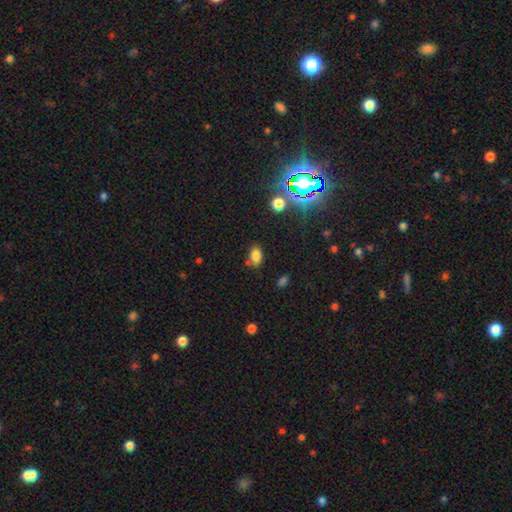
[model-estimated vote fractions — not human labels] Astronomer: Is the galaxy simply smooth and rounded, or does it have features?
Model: smooth — 77%.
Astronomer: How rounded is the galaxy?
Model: in between — 87%.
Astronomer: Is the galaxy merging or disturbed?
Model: none — 72%.